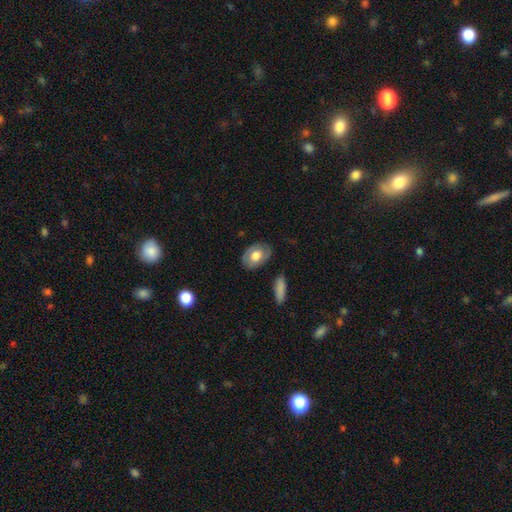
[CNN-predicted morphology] This is possibly a smooth galaxy (59%). How rounded: likely in between (78%). Merging: clearly none (81%).